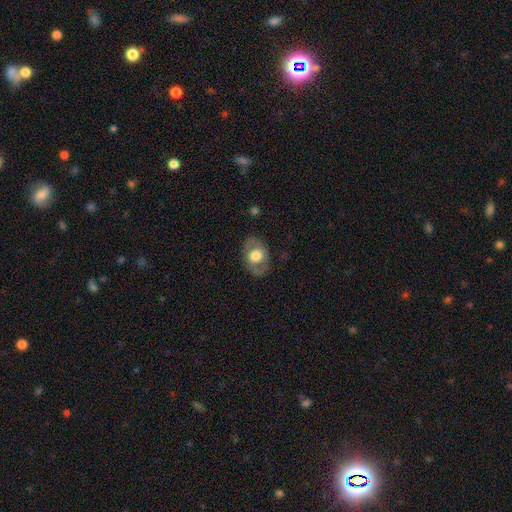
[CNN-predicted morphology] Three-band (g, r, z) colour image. It shows a smooth galaxy with no disk features (50%) that is in between round and cigar-shaped (71%). Merging: none (78%).